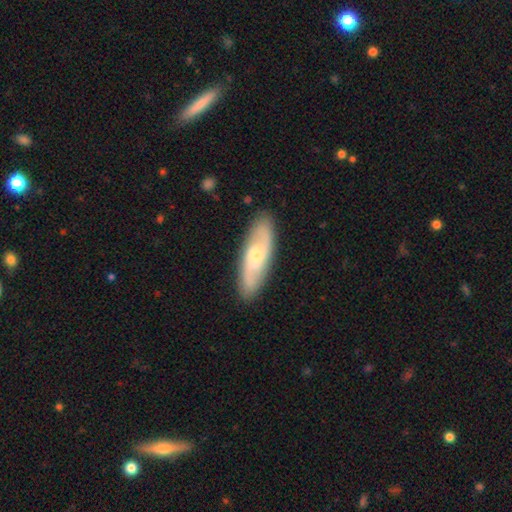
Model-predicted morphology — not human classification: A featured or disk galaxy (58%). Merging: none (88%).